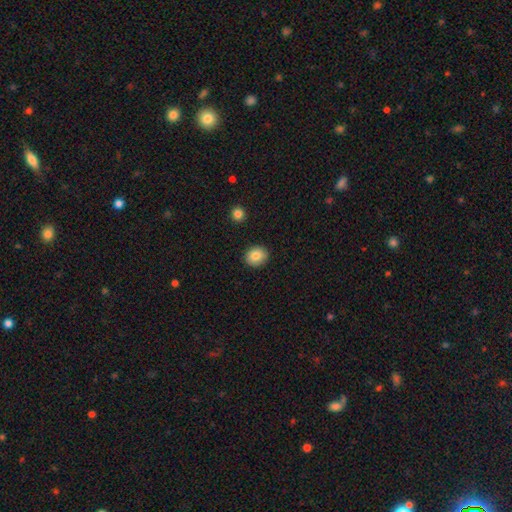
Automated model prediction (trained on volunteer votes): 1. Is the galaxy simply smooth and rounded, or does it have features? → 83% smooth, 8% featured or disk, 8% star or artifact.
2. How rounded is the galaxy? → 76% round, 23% in between, 1% cigar-shaped.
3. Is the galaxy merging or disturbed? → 91% none, 6% minor disturbance, 2% major disturbance, 1% merger.